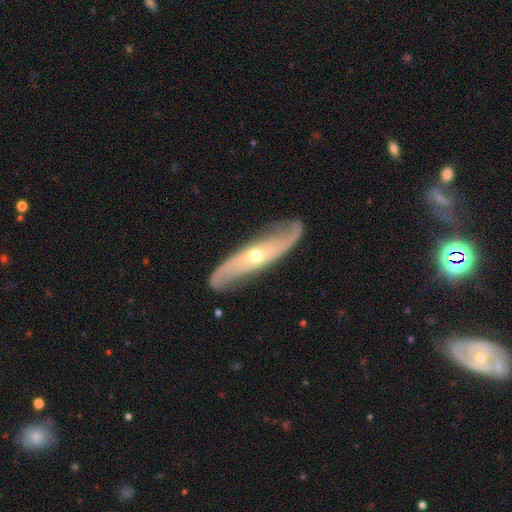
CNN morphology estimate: smooth-or-featured: featured or disk: 83% | smooth: 11% | star or artifact: 5%
  disk-edge-on: no: 78% | yes: 22%
    bar: no: 70% | weak: 18% | strong: 11%
    has-spiral-arms: yes: 93% | no: 7%
      spiral-winding: loose: 59% | medium: 28% | tight: 13%
      spiral-arm-count: 2: 90% | can't tell: 5% | 1: 2% | 3: 1% | 4: 1% | more than 4: 1%
    bulge-size: small: 55% | moderate: 42% | large: 2% | dominant: 1% | none: 1%
  merging: none: 80% | minor disturbance: 14% | major disturbance: 4% | merger: 2%